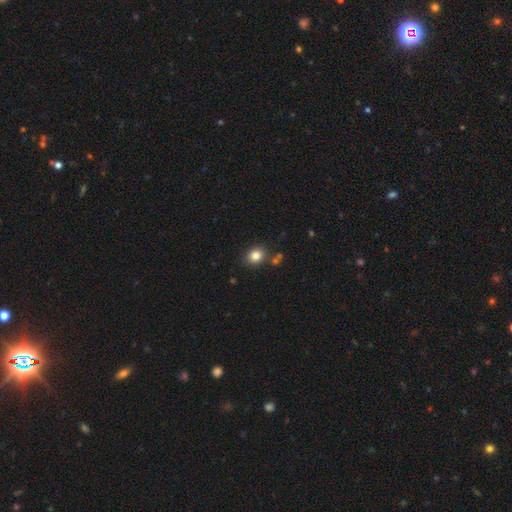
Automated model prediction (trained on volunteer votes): Q: Smooth or featured?
A: smooth (82%); runner-up: star or artifact (11%)
Q: How rounded?
A: round (57%); runner-up: in between (42%)
Q: Merging?
A: none (81%); runner-up: minor disturbance (11%)